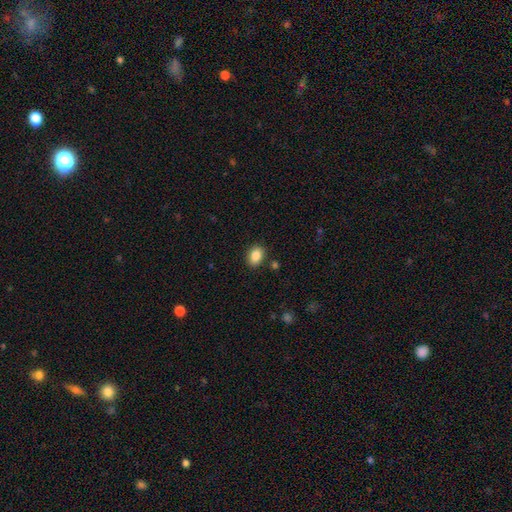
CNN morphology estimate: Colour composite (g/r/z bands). It shows a smooth galaxy with no disk features (86%) that is in between round and cigar-shaped (75%). Merging: none (87%).